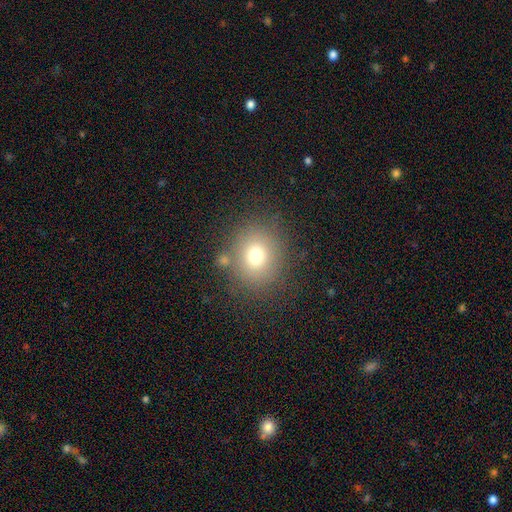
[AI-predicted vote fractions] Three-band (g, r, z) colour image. It shows a smooth galaxy with no disk features (72%) that is round (75%). Merging: none (78%).